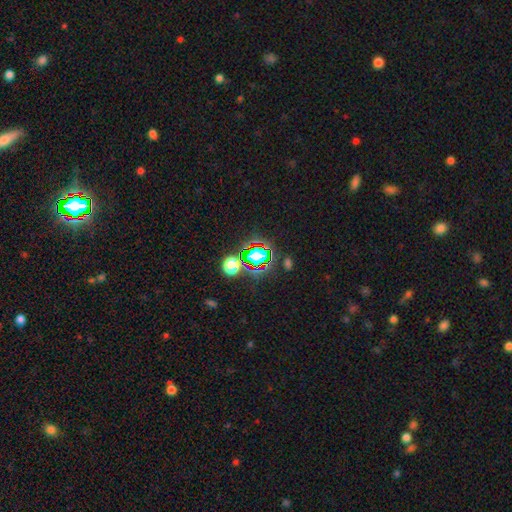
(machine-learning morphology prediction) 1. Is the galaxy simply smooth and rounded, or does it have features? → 63% star or artifact, 25% smooth, 12% featured or disk.